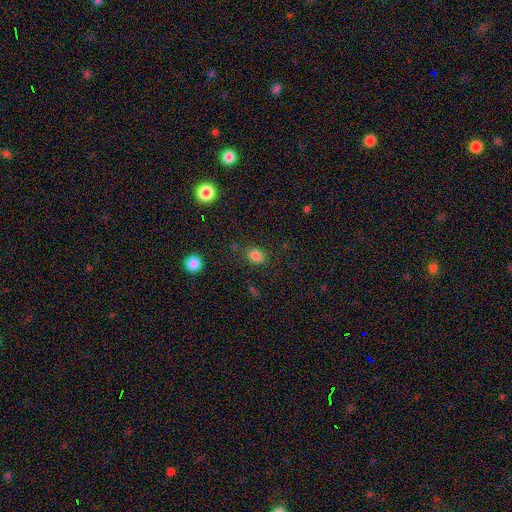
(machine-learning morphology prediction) Smooth or featured? Predicted: smooth (p=0.82). How rounded? Predicted: round (p=0.55). Merging? Predicted: none (p=0.81).